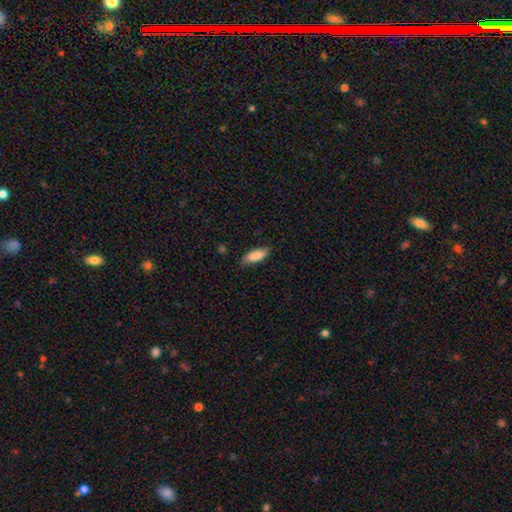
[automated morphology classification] This appears to be a smooth galaxy with no disk features (83%) that is in between round and cigar-shaped (71%). Merging: none (81%).